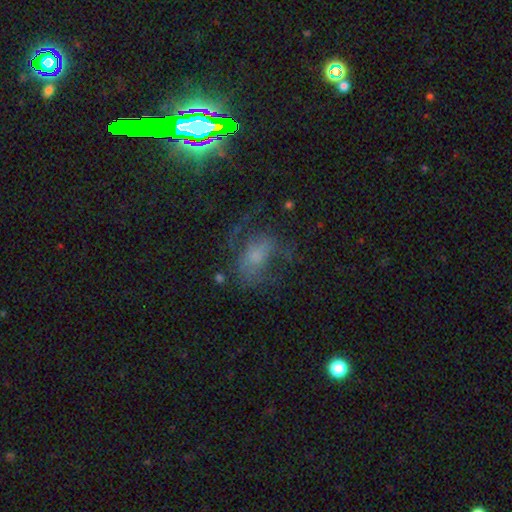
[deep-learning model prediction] Smooth or featured: featured or disk — 44% (smooth — 34%)
Merging: major disturbance — 39% (none — 38%)